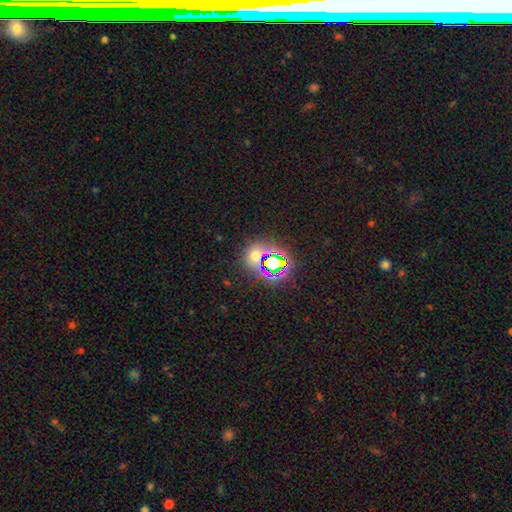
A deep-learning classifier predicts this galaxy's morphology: This appears to be a star or artifact, not a galaxy (47%).